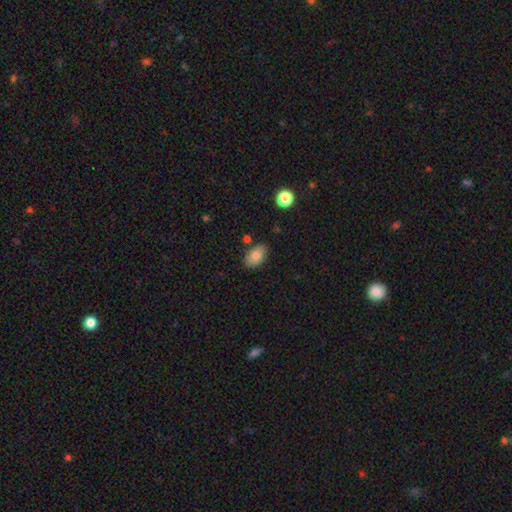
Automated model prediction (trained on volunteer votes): A smooth galaxy with no disk features (83%) that is in between round and cigar-shaped (90%).

Vote fractions:
- Smooth or featured? smooth: 83% / featured or disk: 10% / star or artifact: 8%
- How rounded? in between: 90% / round: 8% / cigar-shaped: 1%
- Merging? none: 78% / minor disturbance: 15% / merger: 3% / major disturbance: 3%